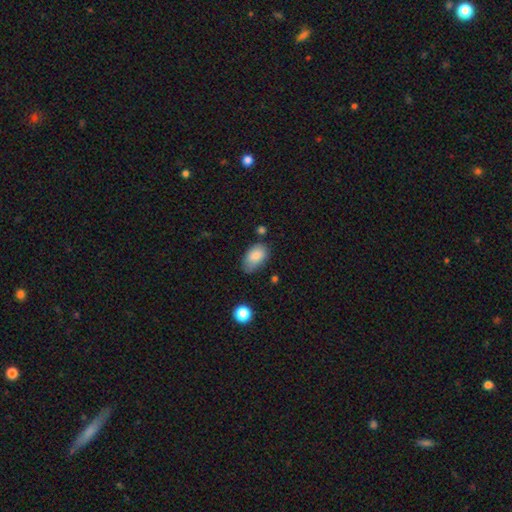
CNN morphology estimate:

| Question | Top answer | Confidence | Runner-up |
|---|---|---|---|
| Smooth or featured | smooth | 85% | featured or disk (8%) |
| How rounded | in between | 92% | round (7%) |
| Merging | none | 62% | minor disturbance (29%) |